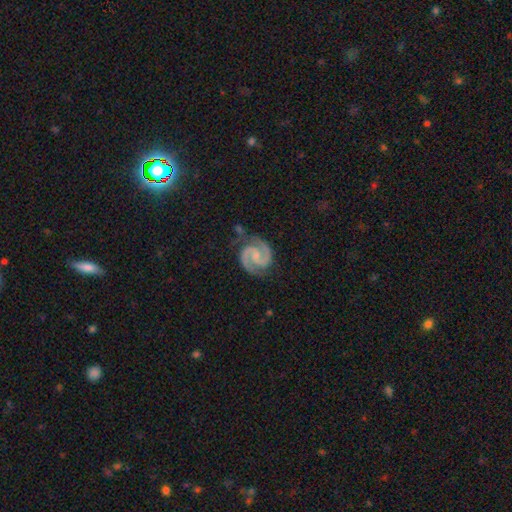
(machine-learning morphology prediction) smooth-or-featured: featured or disk: 93% | star or artifact: 4% | smooth: 3%
  disk-edge-on: no: 98% | yes: 2%
    bar: no: 52% | weak: 36% | strong: 12%
    has-spiral-arms: yes: 99% | no: 1%
      spiral-winding: medium: 50% | tight: 44% | loose: 6%
      spiral-arm-count: 2: 94% | 3: 1% | can't tell: 1% | 1: 1% | 4: 1% | more than 4: 1%
    bulge-size: small: 58% | moderate: 22% | none: 18% | large: 1% | dominant: 1%
  merging: none: 77% | minor disturbance: 15% | major disturbance: 4% | merger: 3%